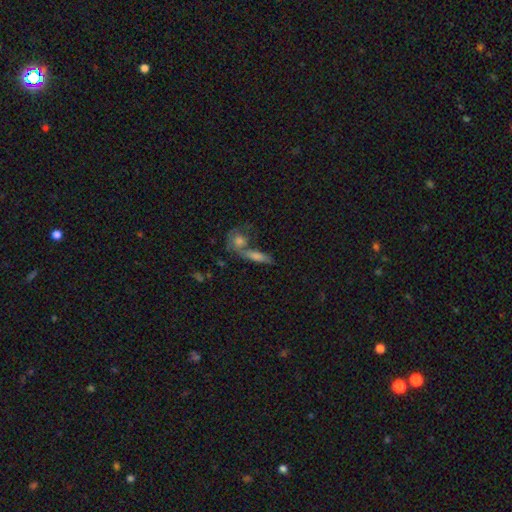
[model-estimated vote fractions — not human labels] Overall: smooth (48%; featured or disk 38%). Merging: none (43%; merger 41%).